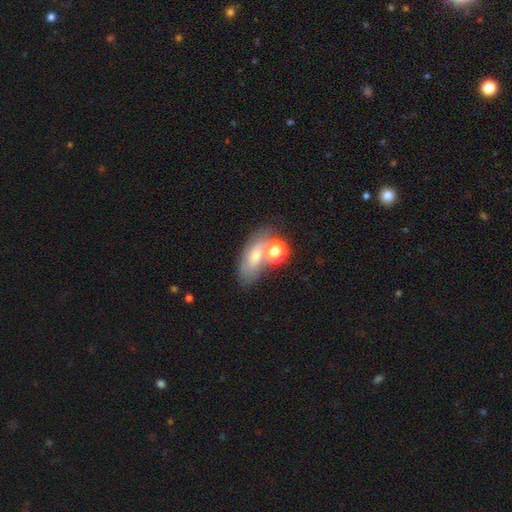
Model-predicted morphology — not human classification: smooth_or_featured: smooth (p=0.49) [alt: featured or disk p=0.33]
merging: none (p=0.46) [alt: merger p=0.28]